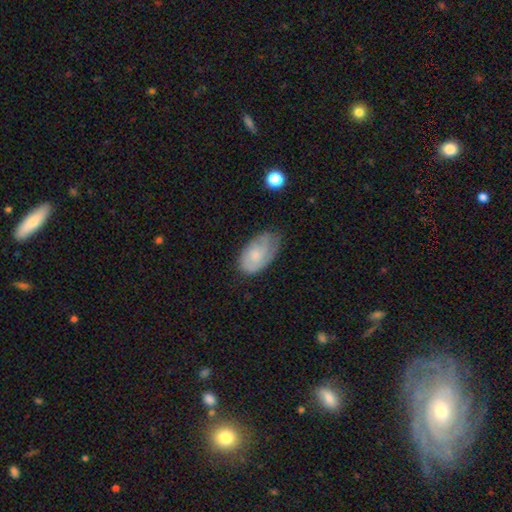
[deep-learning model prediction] This is possibly a smooth galaxy (54%). How rounded: clearly in between (93%). Merging: possibly none (58%).